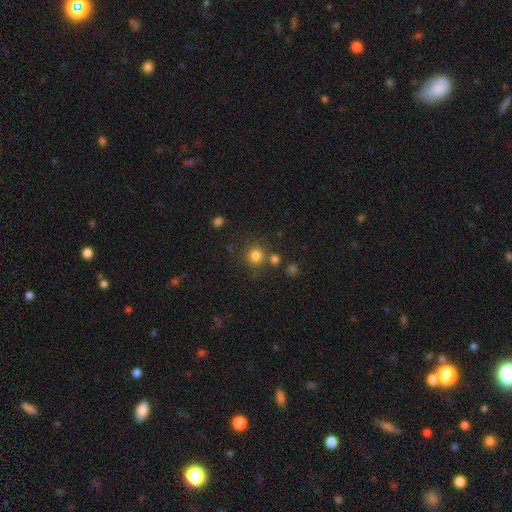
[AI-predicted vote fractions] Smooth or featured? smooth (81%)
How rounded? round (92%)
Merging? none (78%)